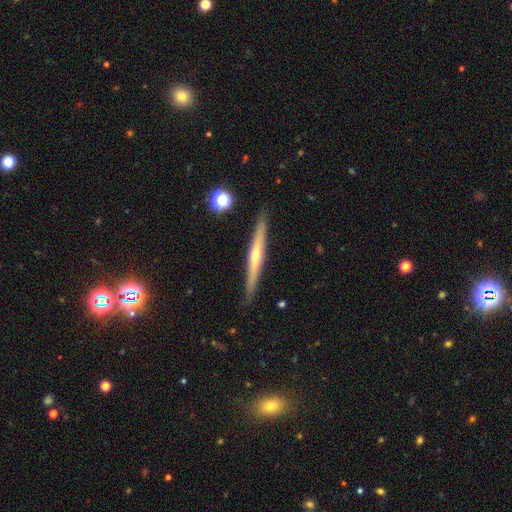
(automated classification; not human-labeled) smooth_or_featured: featured or disk (p=0.66) [alt: smooth p=0.28]
disk_edge_on: yes (p=0.96) [alt: no p=0.04]
edge_on_bulge: rounded (p=0.75) [alt: none p=0.22]
merging: none (p=0.90) [alt: minor disturbance p=0.07]